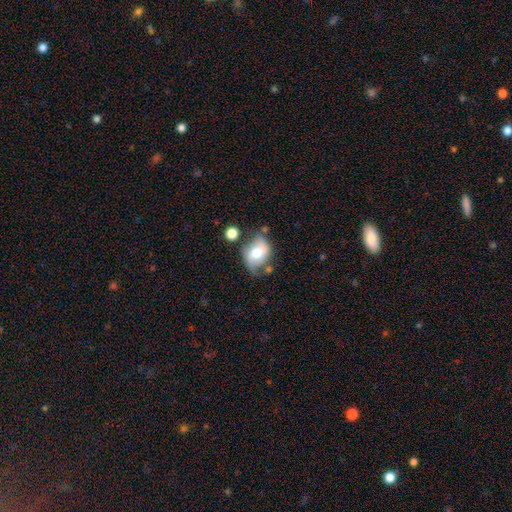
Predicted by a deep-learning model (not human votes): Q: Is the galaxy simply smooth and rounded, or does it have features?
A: smooth — 52%.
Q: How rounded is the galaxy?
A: in between — 52%.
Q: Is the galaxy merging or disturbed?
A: none — 55%.